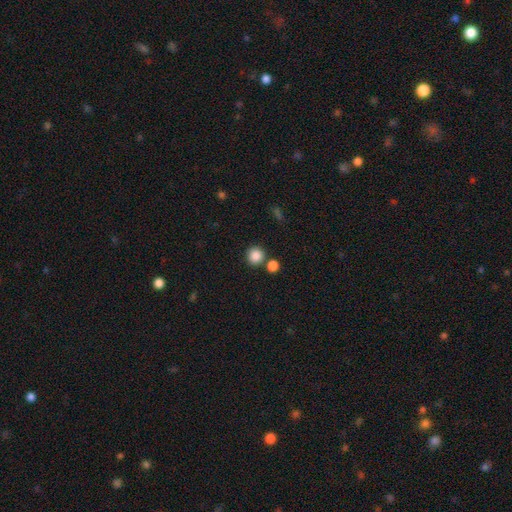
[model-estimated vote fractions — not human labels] smooth 86%, star or artifact 10%, featured or disk 4%. Down the decision tree: how rounded — round (92%); merging — none (76%).